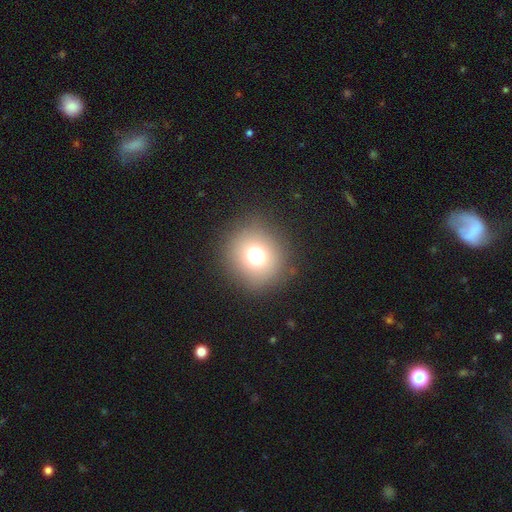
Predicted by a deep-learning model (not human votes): Overall: smooth (74%). How rounded: round (91%). Merging: none (88%).